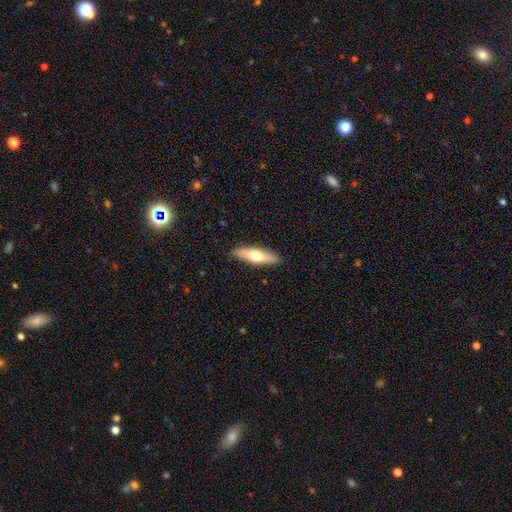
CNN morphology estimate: A smooth galaxy with no disk features (54%) that is cigar-shaped (58%).

Vote fractions:
- Smooth or featured? smooth: 54% / featured or disk: 40% / star or artifact: 5%
- How rounded? cigar-shaped: 58% / in between: 40% / round: 2%
- Merging? none: 89% / minor disturbance: 8% / major disturbance: 2% / merger: 1%